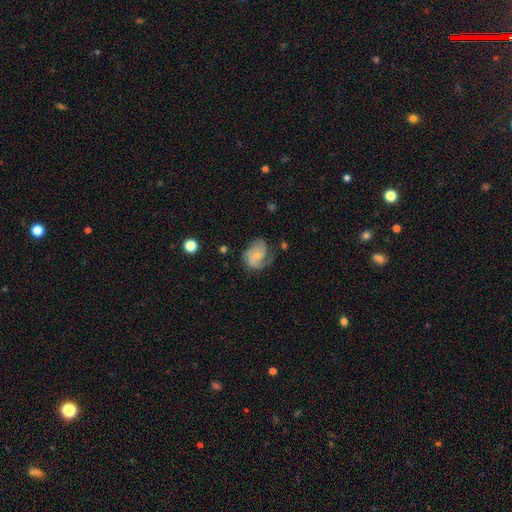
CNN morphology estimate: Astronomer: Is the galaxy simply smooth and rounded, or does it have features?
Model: featured or disk — 62%.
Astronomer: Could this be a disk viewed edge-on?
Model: no — 98%.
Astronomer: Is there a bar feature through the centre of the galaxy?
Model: no — 71%.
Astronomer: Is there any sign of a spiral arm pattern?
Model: yes — 88%.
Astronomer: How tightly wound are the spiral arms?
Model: medium — 42% (runner-up: tight, 34%).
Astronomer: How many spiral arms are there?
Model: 2 — 40% (runner-up: 1, 25%).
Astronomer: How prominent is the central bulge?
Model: small — 64%.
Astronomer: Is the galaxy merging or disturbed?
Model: none — 49% (runner-up: minor disturbance, 28%).